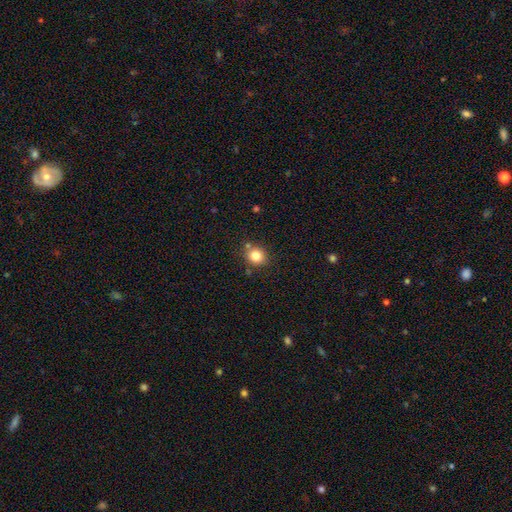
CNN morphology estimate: Smooth or featured? smooth (82%)
How rounded? round (83%)
Merging? none (78%)